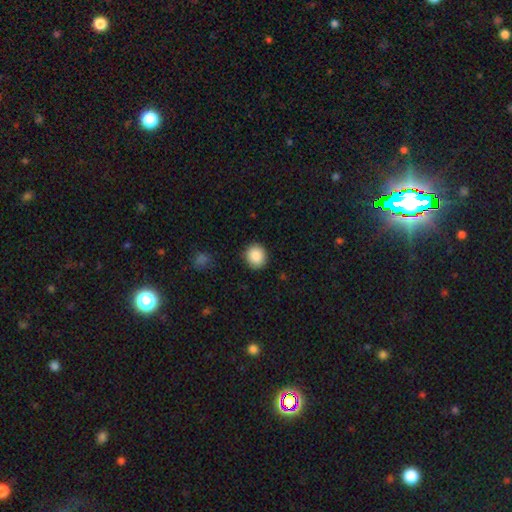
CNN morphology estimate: A smooth galaxy with no disk features (89%) that is round (81%). Merging: none (89%).